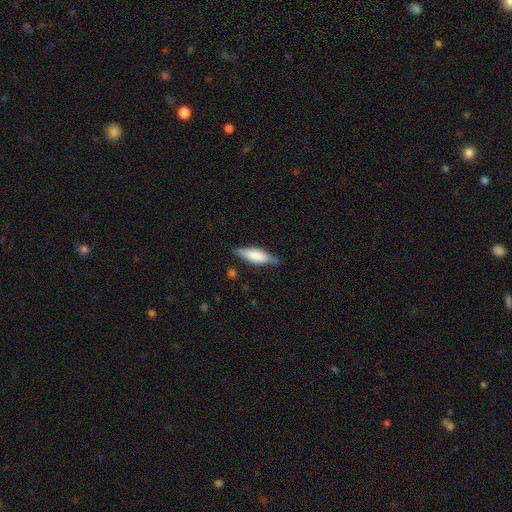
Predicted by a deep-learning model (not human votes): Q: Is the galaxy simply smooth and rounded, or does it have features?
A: smooth — 62%.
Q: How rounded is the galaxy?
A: in between — 52%.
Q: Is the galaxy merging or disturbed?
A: none — 75%.